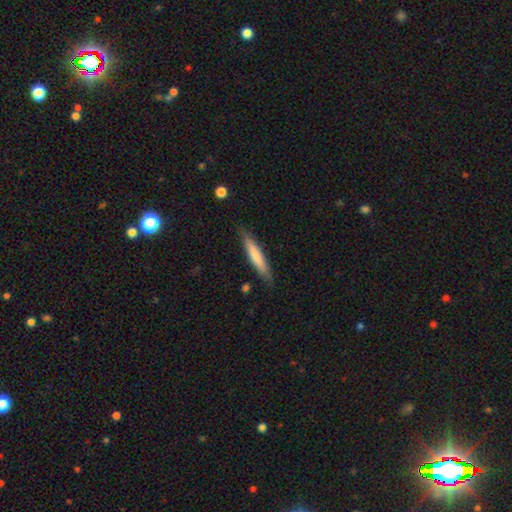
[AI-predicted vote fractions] Morphology: type=smooth (71%); roundness=cigar-shaped (91%); merging=none (85%).